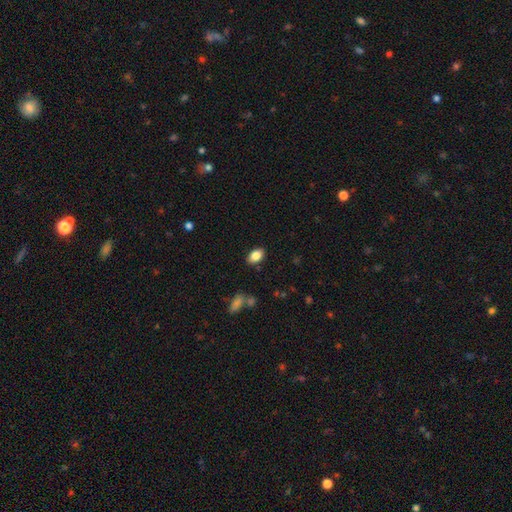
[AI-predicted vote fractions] A smooth galaxy with no disk features (84%) that is in between round and cigar-shaped (89%).

Vote fractions:
- Smooth or featured? smooth: 84% / star or artifact: 8% / featured or disk: 8%
- How rounded? in between: 89% / round: 10% / cigar-shaped: 2%
- Merging? none: 86% / minor disturbance: 10% / major disturbance: 2% / merger: 2%